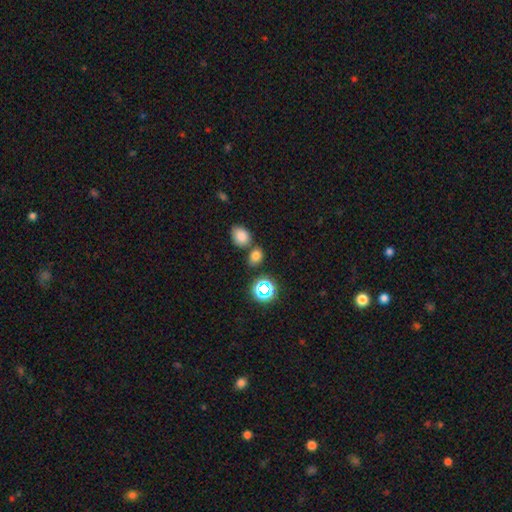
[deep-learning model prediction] Smooth or featured? Predicted: smooth (p=0.73). How rounded? Predicted: in between (p=0.60). Merging? Predicted: none (p=0.61).